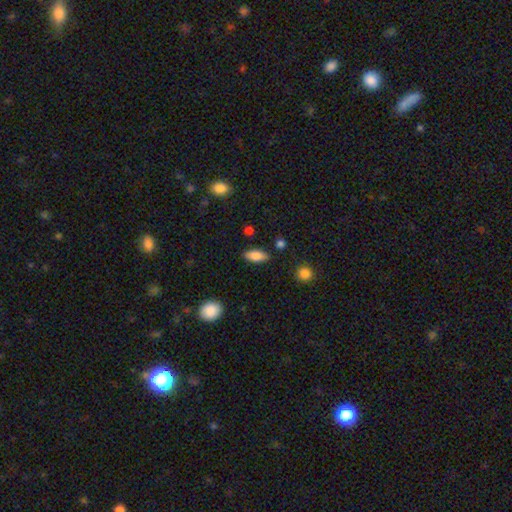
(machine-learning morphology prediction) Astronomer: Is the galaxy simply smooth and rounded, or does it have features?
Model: smooth — 82%.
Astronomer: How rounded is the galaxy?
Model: in between — 84%.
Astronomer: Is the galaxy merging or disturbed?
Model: none — 85%.